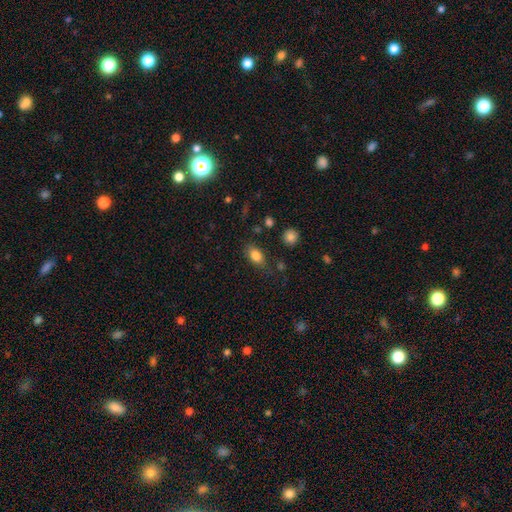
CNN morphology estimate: Smooth or featured?
  - smooth: 82% *
  - featured or disk: 9%
  - star or artifact: 9%
How rounded?
  - in between: 85% *
  - round: 11%
  - cigar-shaped: 4%
Merging?
  - none: 76% *
  - minor disturbance: 17%
  - major disturbance: 5%
  - merger: 3%